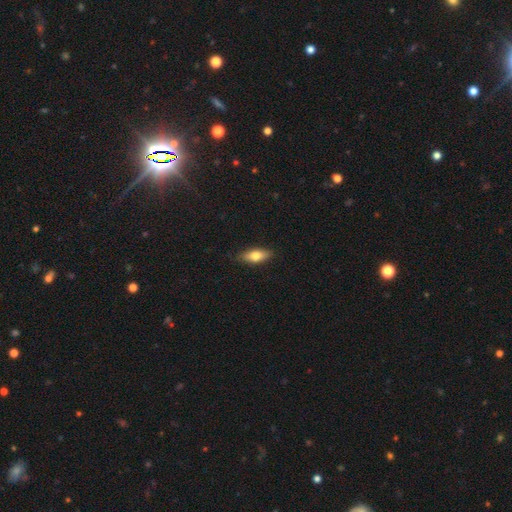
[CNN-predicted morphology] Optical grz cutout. It shows a smooth galaxy with no disk features (70%) that is in between round and cigar-shaped (69%). Merging: none (85%).